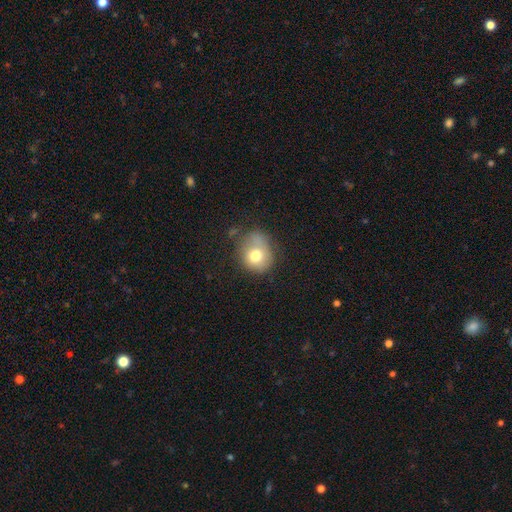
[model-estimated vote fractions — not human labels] smooth_or_featured: smooth (p=0.74) [alt: featured or disk p=0.16]
how_rounded: round (p=0.68) [alt: in between p=0.31]
merging: none (p=0.47) [alt: minor disturbance p=0.32]